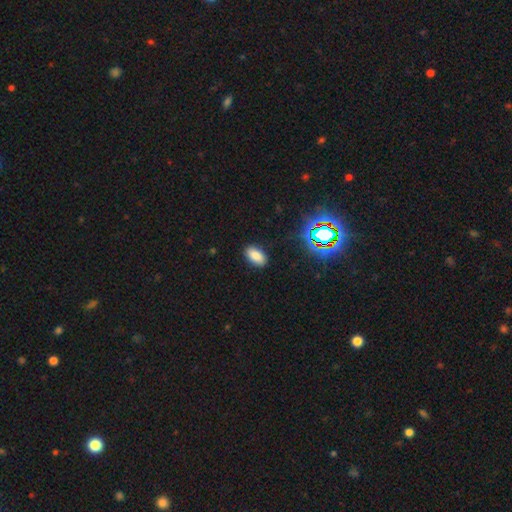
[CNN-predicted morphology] This is likely a smooth galaxy (79%). How rounded: clearly in between (93%). Merging: clearly none (89%).